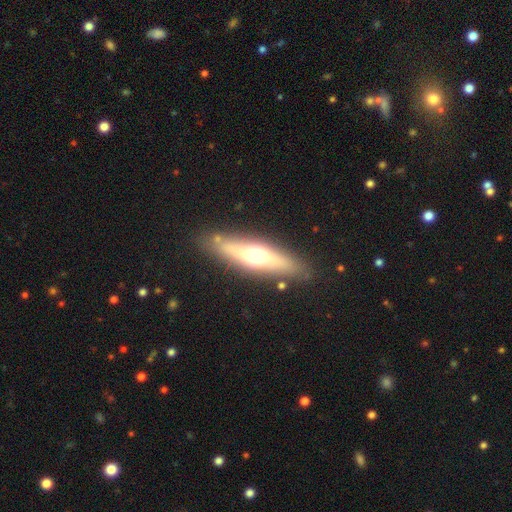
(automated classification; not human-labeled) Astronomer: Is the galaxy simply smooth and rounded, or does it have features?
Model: featured or disk — 50% (runner-up: smooth, 43%).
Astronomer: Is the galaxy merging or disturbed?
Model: none — 84%.